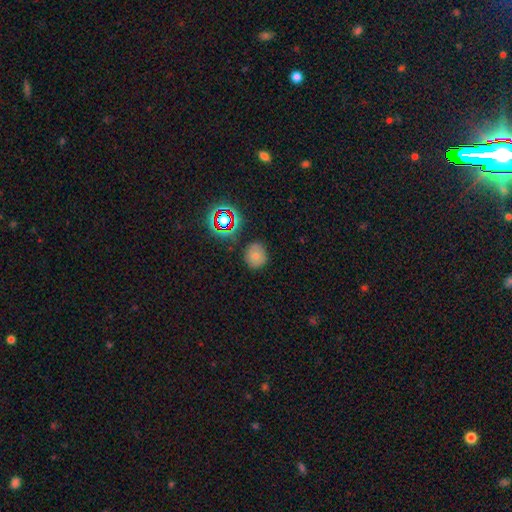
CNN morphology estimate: Overall: smooth (71%). How rounded: round (82%). Merging: none (82%).